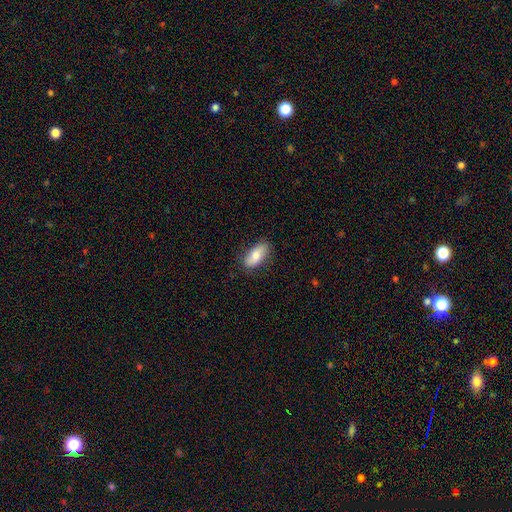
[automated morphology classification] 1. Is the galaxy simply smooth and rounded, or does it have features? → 75% smooth, 18% featured or disk, 6% star or artifact.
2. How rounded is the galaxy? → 88% in between, 9% cigar-shaped, 3% round.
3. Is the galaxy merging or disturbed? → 81% none, 15% minor disturbance, 3% major disturbance, 1% merger.